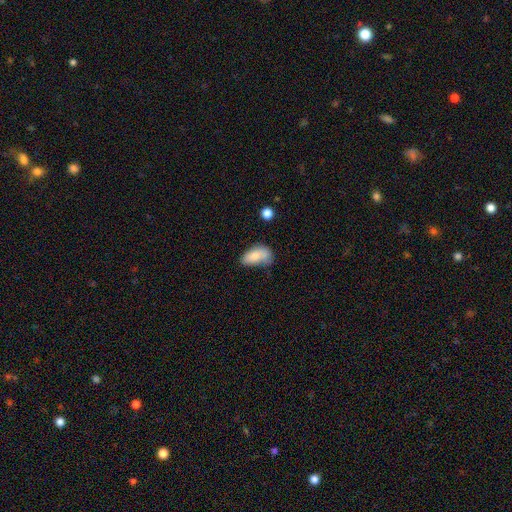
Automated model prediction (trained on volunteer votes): This appears to be a smooth galaxy with no disk features (80%) that is in between round and cigar-shaped (91%). Merging: none (40%).